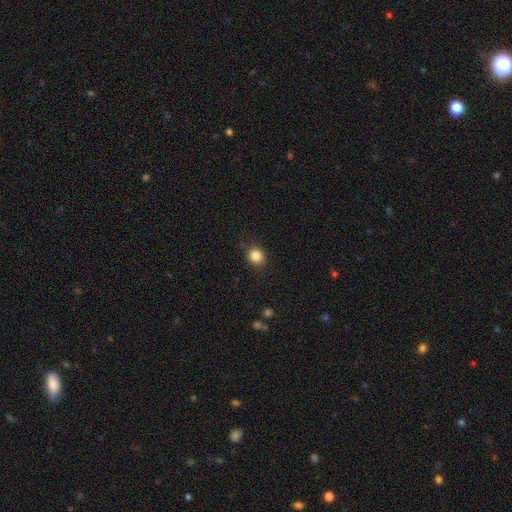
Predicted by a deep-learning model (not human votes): smooth-or-featured: smooth: 85% | star or artifact: 10% | featured or disk: 5%
  how-rounded: round: 74% | in between: 25% | cigar-shaped: 1%
  merging: none: 84% | minor disturbance: 12% | major disturbance: 3% | merger: 1%